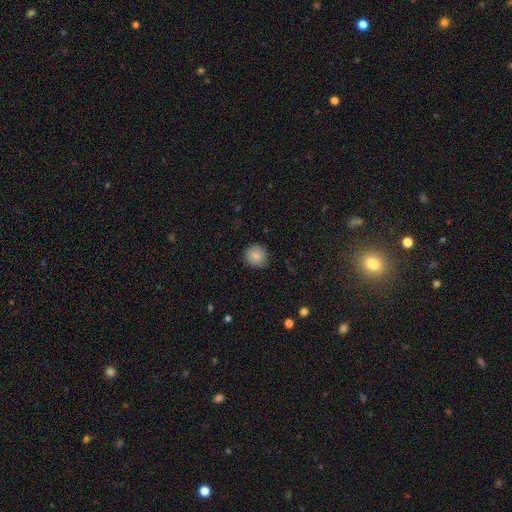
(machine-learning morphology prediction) Smooth or featured?
  - smooth: 85% *
  - star or artifact: 8%
  - featured or disk: 7%
How rounded?
  - round: 89% *
  - in between: 10%
  - cigar-shaped: 1%
Merging?
  - none: 88% *
  - minor disturbance: 8%
  - major disturbance: 2%
  - merger: 1%